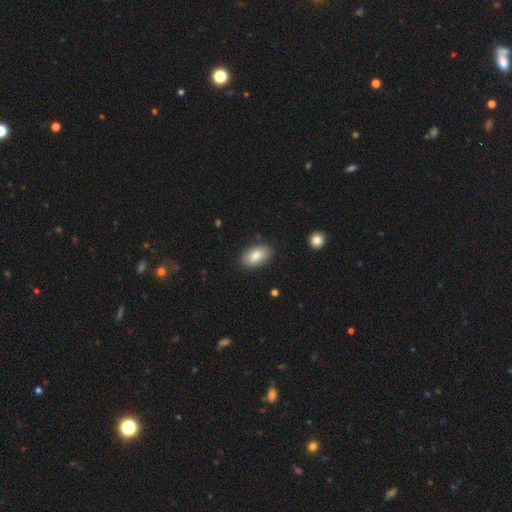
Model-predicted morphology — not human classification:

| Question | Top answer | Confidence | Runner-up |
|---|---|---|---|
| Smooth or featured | smooth | 84% | featured or disk (10%) |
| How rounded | in between | 94% | round (5%) |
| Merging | none | 86% | minor disturbance (11%) |